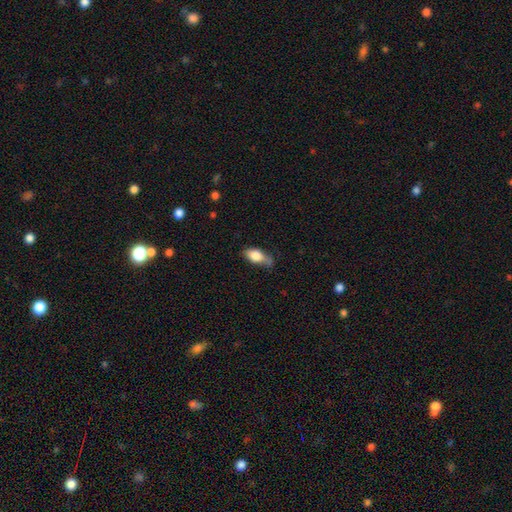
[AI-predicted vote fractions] smooth_or_featured: smooth (p=0.79) [alt: featured or disk p=0.14]
how_rounded: in between (p=0.86) [alt: cigar-shaped p=0.08]
merging: none (p=0.43) [alt: minor disturbance p=0.37]